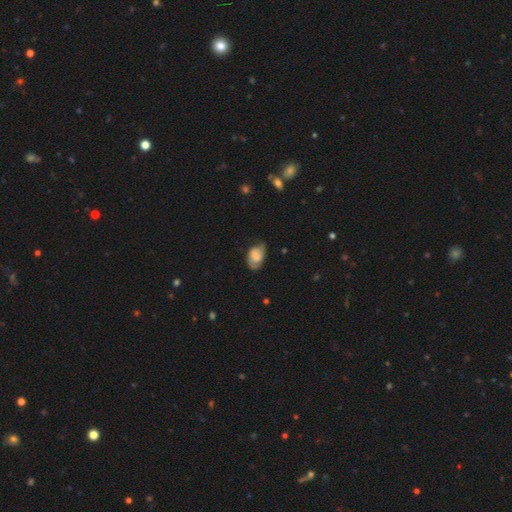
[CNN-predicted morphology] smooth_or_featured: smooth (p=0.49) [alt: featured or disk p=0.43]
merging: none (p=0.55) [alt: minor disturbance p=0.32]